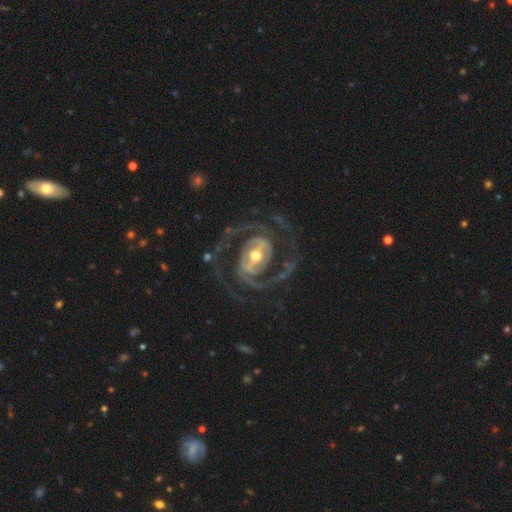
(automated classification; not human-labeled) The model was most divided on "bar": strong: 45%, weak: 37%, no: 19%. More confident: edge-on disk — no (98%); spiral arms — yes (98%); smooth or featured — featured or disk (93%); merging — none (72%); spiral arm count — 2 (70%); bulge size — moderate (69%); spiral winding — medium (54%).